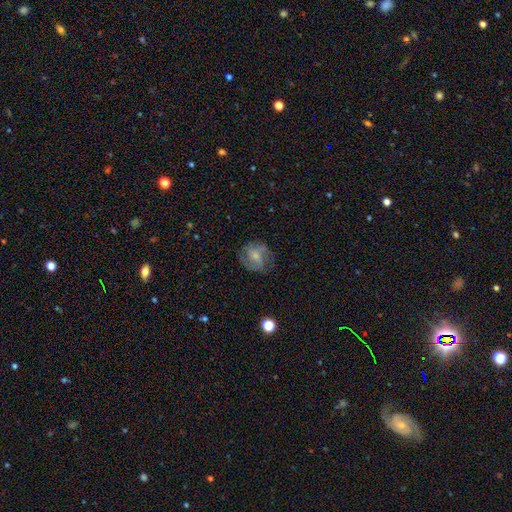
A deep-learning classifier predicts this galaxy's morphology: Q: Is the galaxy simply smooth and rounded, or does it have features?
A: featured or disk — 47%.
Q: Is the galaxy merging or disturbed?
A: none — 67%.